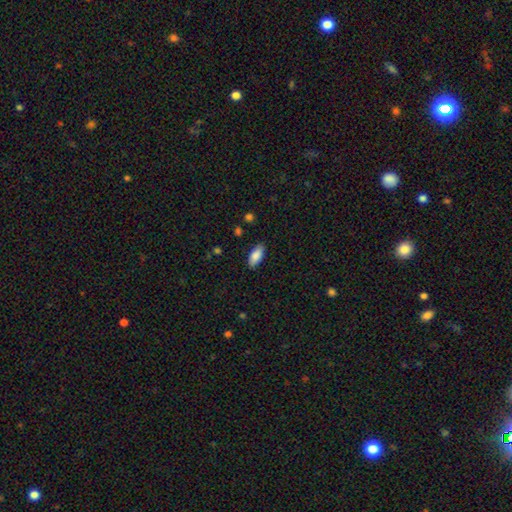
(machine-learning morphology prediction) A smooth galaxy with no disk features (86%) that is in between round and cigar-shaped (88%). Merging: none (86%).